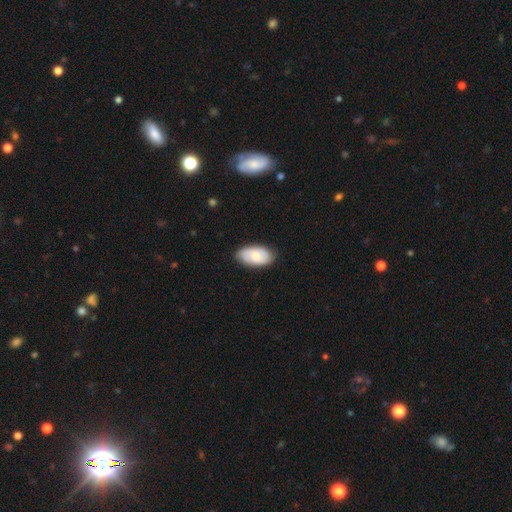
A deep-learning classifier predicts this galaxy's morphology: The model was most divided on "smooth or featured": smooth: 72%, featured or disk: 22%, star or artifact: 6%. More confident: how rounded — in between (95%); merging — none (79%).